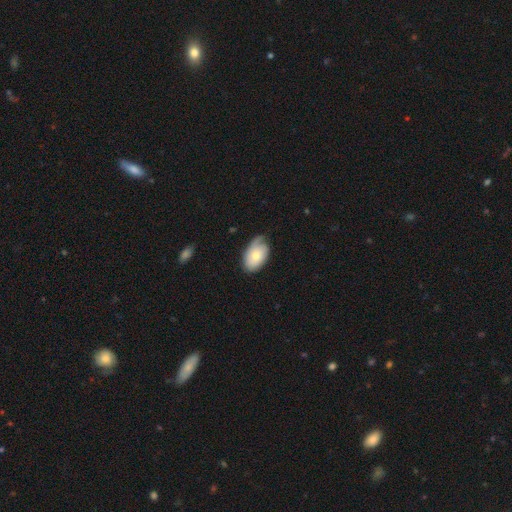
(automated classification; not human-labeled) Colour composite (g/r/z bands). It shows a smooth galaxy with no disk features (62%) that is in between round and cigar-shaped (90%). Merging: none (55%).